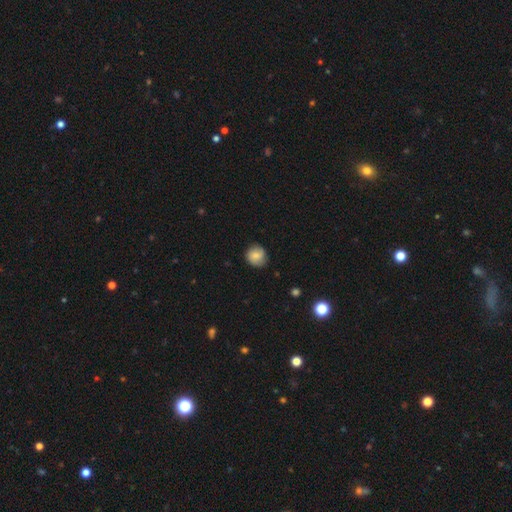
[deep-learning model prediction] Smooth or featured?
  - smooth: 73% *
  - featured or disk: 19%
  - star or artifact: 8%
How rounded?
  - round: 85% *
  - in between: 14%
  - cigar-shaped: 1%
Merging?
  - none: 78% *
  - minor disturbance: 18%
  - major disturbance: 3%
  - merger: 1%